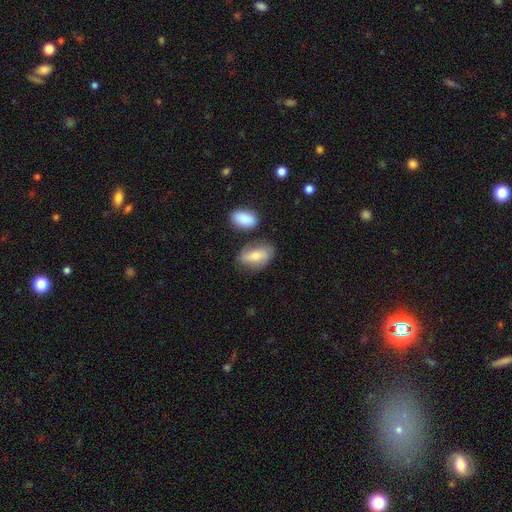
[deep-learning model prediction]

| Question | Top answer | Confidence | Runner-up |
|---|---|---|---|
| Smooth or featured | smooth | 69% | featured or disk (24%) |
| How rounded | in between | 89% | round (6%) |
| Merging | none | 65% | minor disturbance (20%) |